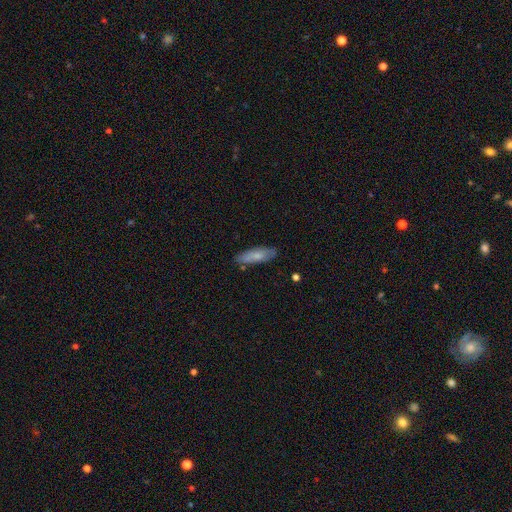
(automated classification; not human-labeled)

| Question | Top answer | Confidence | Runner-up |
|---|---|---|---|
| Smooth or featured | smooth | 72% | featured or disk (22%) |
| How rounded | in between | 51% | cigar-shaped (47%) |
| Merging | none | 78% | minor disturbance (16%) |